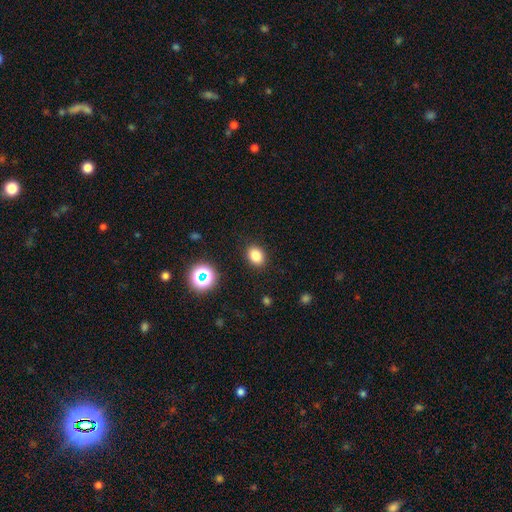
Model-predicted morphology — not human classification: Smooth or featured? smooth (80%)
How rounded? in between (59%)
Merging? none (88%)